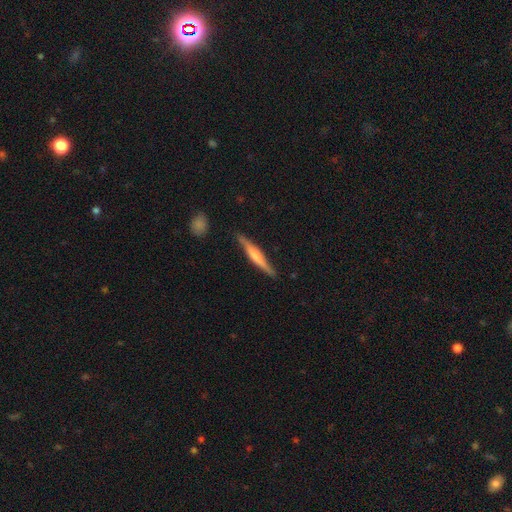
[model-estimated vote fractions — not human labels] This is possibly a featured or disk galaxy (53%). It is clearly viewed edge-on (95%). Edge-on bulge: possibly rounded (47%). Merging: clearly none (84%).